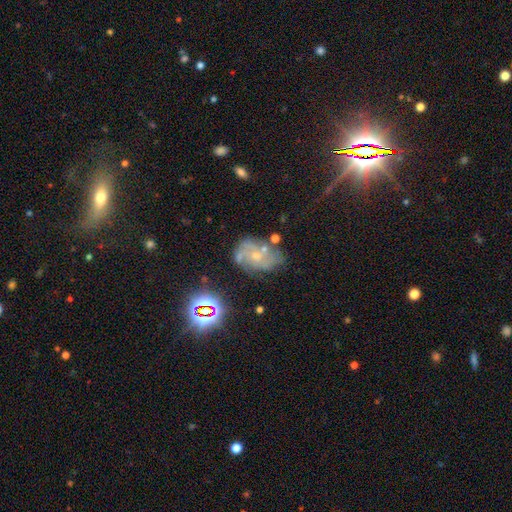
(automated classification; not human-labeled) The model was most divided on "merging": none: 51%, minor disturbance: 24%, major disturbance: 15%, merger: 9%. More confident: edge-on disk — no (97%); spiral arms — yes (79%); bar — no (76%); smooth or featured — featured or disk (64%); bulge size — small (64%).